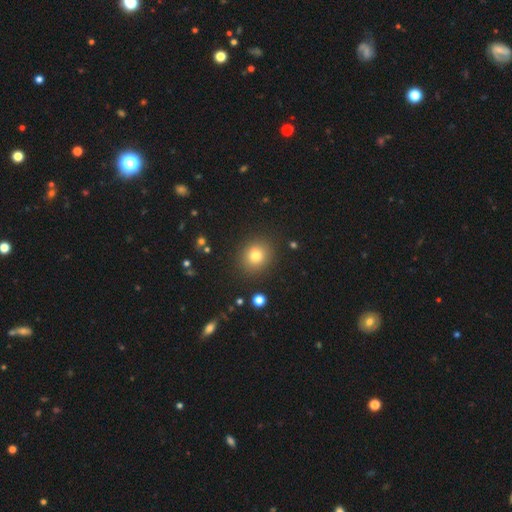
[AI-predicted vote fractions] Q: Smooth or featured?
A: smooth (79%); runner-up: star or artifact (13%)
Q: How rounded?
A: round (77%); runner-up: in between (22%)
Q: Merging?
A: none (89%); runner-up: minor disturbance (7%)